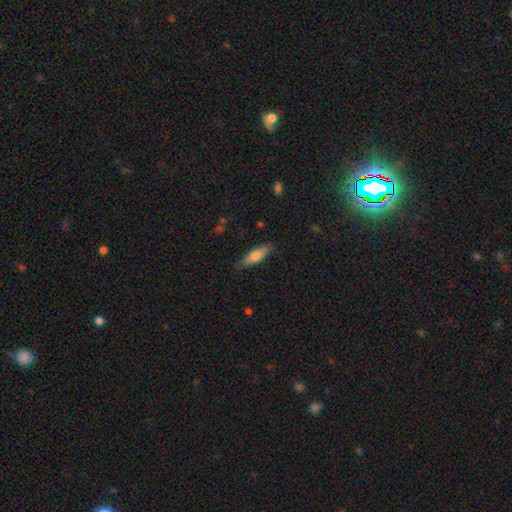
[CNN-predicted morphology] smooth_or_featured: smooth (p=0.67) [alt: featured or disk p=0.27]
how_rounded: cigar-shaped (p=0.65) [alt: in between p=0.33]
merging: none (p=0.84) [alt: minor disturbance p=0.12]